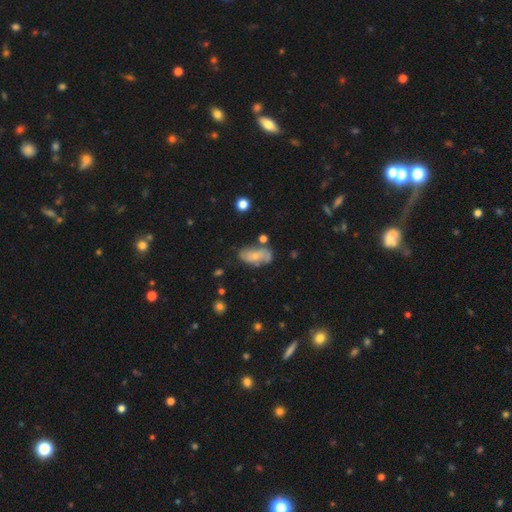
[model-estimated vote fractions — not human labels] A smooth galaxy with no disk features (46%). Merging: none (53%).